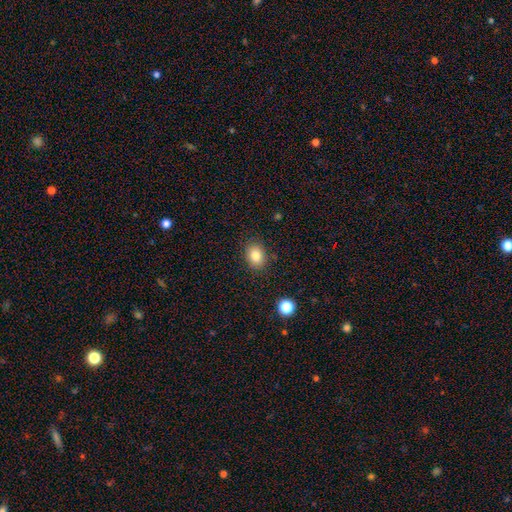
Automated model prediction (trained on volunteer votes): This appears to be a smooth galaxy with no disk features (84%) that is in between round and cigar-shaped (57%). Merging: none (85%).